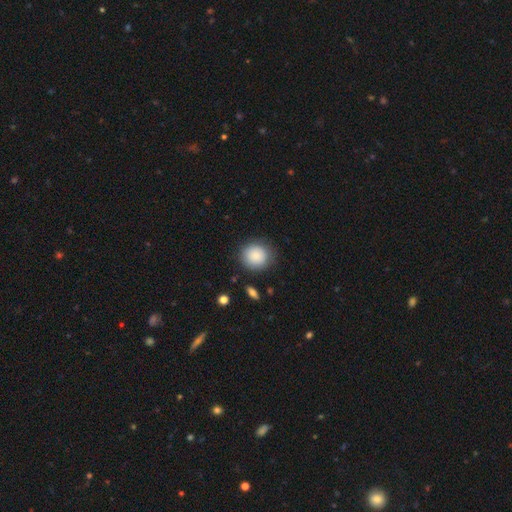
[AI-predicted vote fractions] Smooth or featured? Predicted: smooth (p=0.87). How rounded? Predicted: round (p=0.83). Merging? Predicted: none (p=0.83).